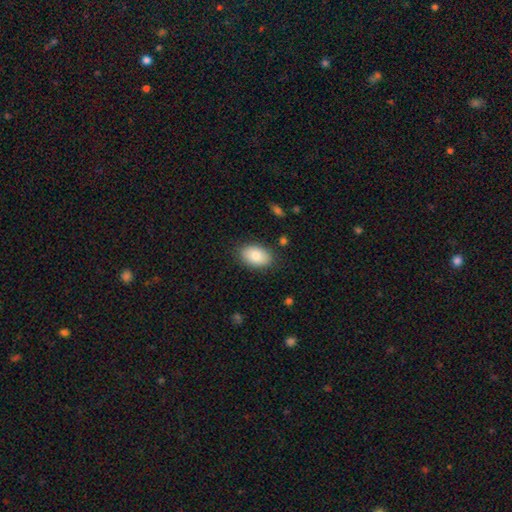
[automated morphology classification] smooth 84%, featured or disk 10%, star or artifact 7%. Down the decision tree: how rounded — in between (89%); merging — none (84%).